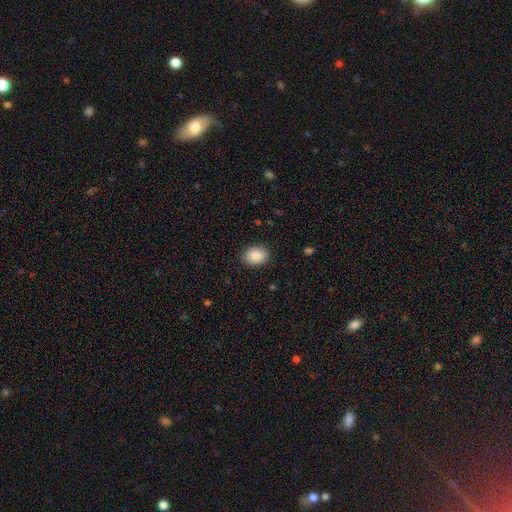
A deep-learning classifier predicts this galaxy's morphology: Smooth or featured? smooth (88%)
How rounded? in between (66%)
Merging? none (88%)